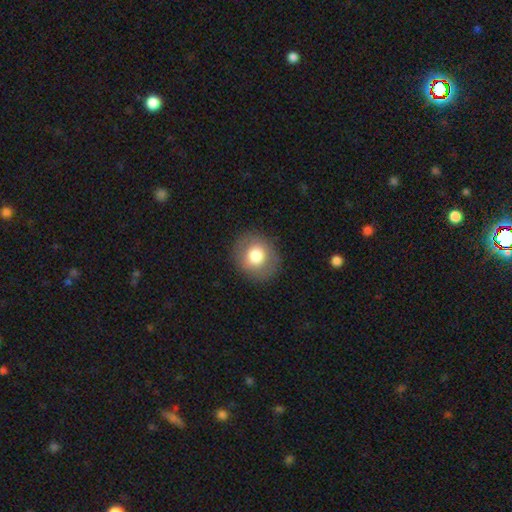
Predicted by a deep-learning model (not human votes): This appears to be a smooth galaxy with no disk features (74%) that is round (81%). Merging: none (87%).